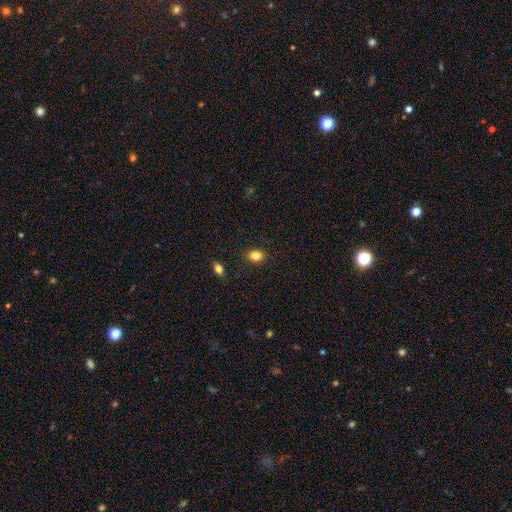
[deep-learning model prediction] smooth-or-featured: smooth: 83% | star or artifact: 10% | featured or disk: 7%
  how-rounded: in between: 67% | round: 32% | cigar-shaped: 1%
  merging: none: 87% | minor disturbance: 9% | major disturbance: 2% | merger: 2%